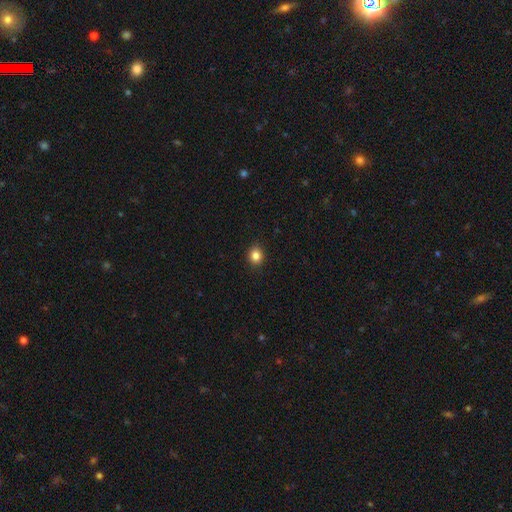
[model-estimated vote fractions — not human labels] Smooth or featured? smooth (85%)
How rounded? round (68%)
Merging? none (91%)